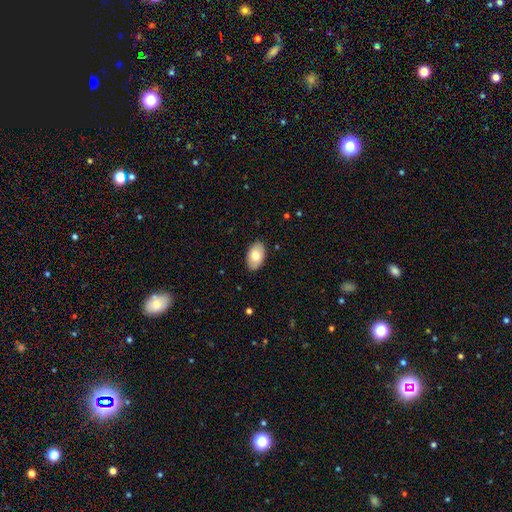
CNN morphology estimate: The model was most divided on "smooth or featured": smooth: 74%, featured or disk: 20%, star or artifact: 6%. More confident: how rounded — in between (93%); merging — none (88%).